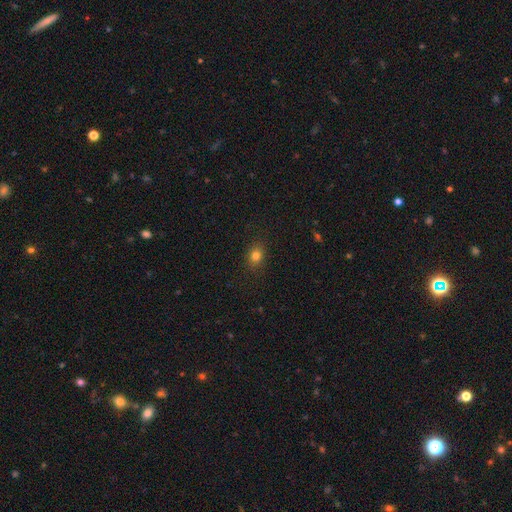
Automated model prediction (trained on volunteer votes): smooth-or-featured: smooth: 81% | star or artifact: 13% | featured or disk: 6%
  how-rounded: round: 52% | in between: 47% | cigar-shaped: 1%
  merging: none: 87% | minor disturbance: 9% | major disturbance: 3% | merger: 1%